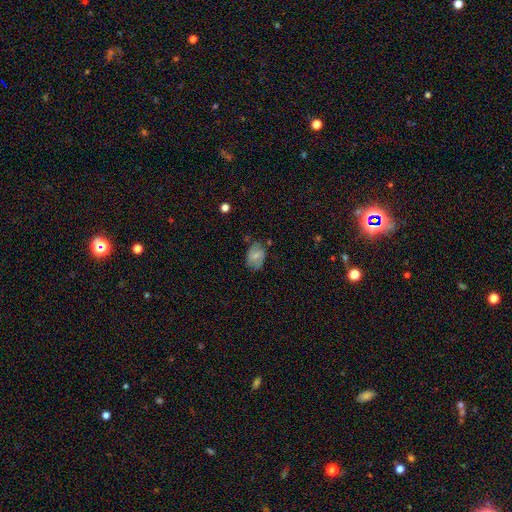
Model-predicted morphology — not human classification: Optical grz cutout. It shows a smooth galaxy with no disk features (65%) that is in between round and cigar-shaped (80%). Merging: none (62%).